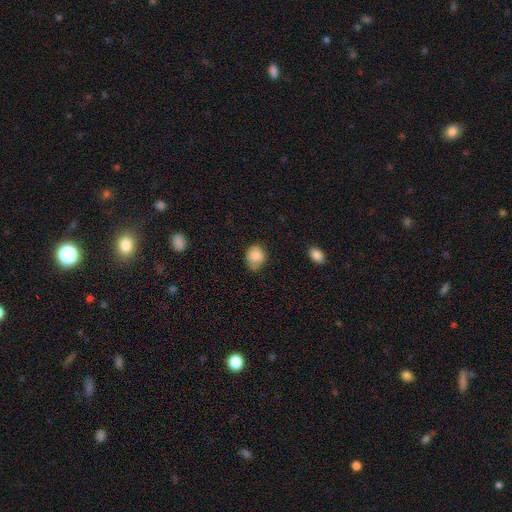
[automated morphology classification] Smooth or featured: smooth — 84% (featured or disk — 8%)
How rounded: in between — 50% (round — 49%)
Merging: none — 56% (minor disturbance — 34%)